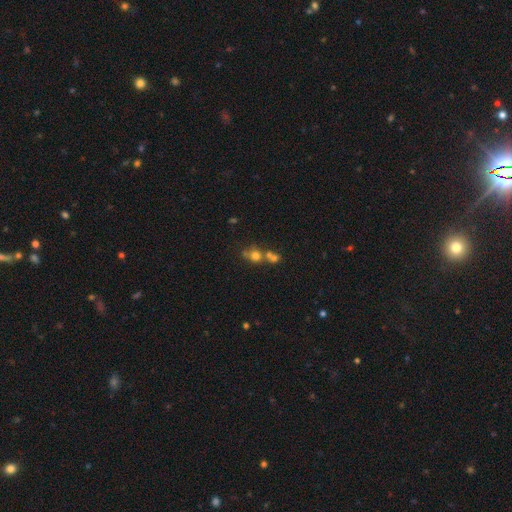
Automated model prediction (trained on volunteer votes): Smooth or featured?
  - smooth: 67% *
  - star or artifact: 17%
  - featured or disk: 15%
How rounded?
  - round: 84% *
  - in between: 15%
  - cigar-shaped: 1%
Merging?
  - merger: 47% *
  - none: 41%
  - minor disturbance: 8%
  - major disturbance: 4%